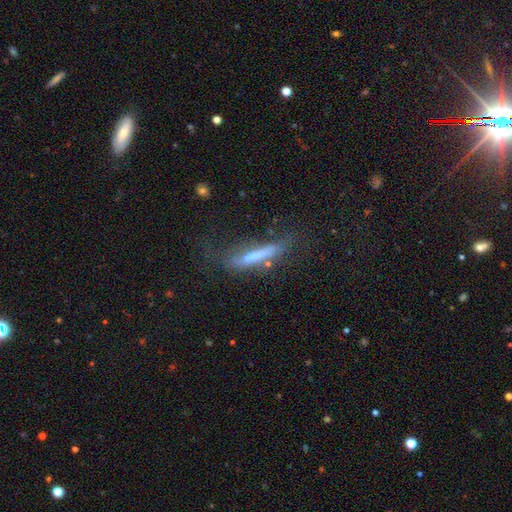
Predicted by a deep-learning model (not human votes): Overall: smooth (51%; featured or disk 40%). How rounded: cigar-shaped (90%). Merging: none (49%; minor disturbance 25%).